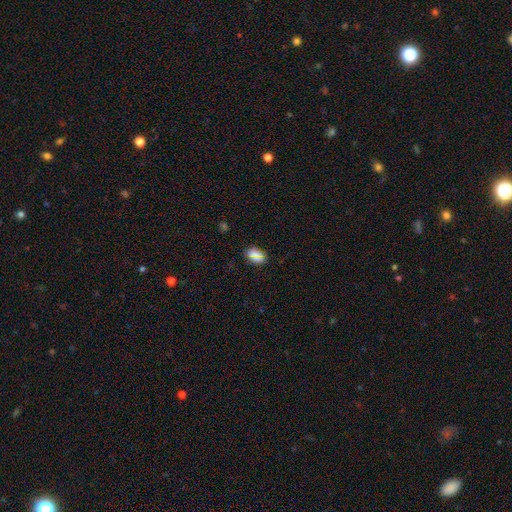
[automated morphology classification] This appears to be a smooth galaxy with no disk features (70%) that is in between round and cigar-shaped (75%). Merging: none (86%).